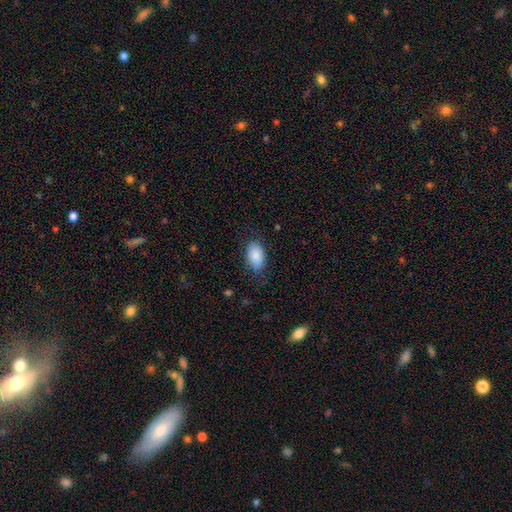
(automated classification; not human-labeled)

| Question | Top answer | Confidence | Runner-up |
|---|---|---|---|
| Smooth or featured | smooth | 88% | star or artifact (7%) |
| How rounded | in between | 93% | round (6%) |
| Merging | none | 79% | minor disturbance (16%) |